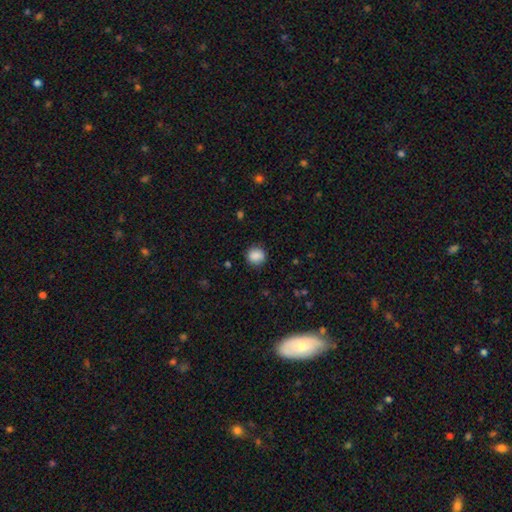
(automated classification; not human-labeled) This is clearly a smooth galaxy (86%). How rounded: clearly round (81%). Merging: clearly none (84%).